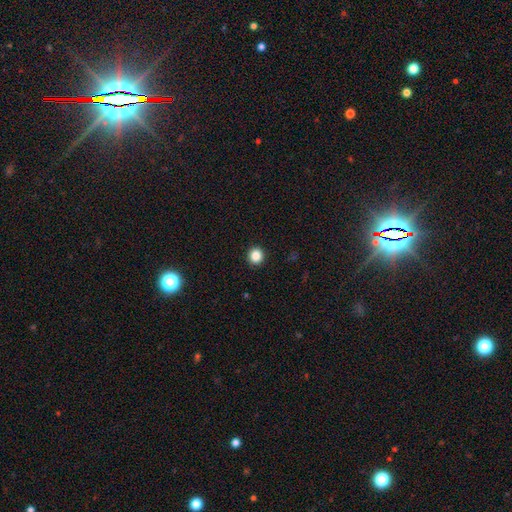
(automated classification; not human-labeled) Smooth or featured: smooth — 86% (star or artifact — 11%)
How rounded: round — 91% (in between — 8%)
Merging: none — 93% (minor disturbance — 5%)